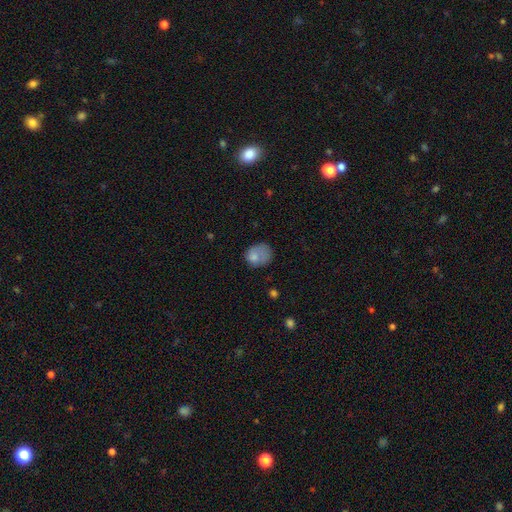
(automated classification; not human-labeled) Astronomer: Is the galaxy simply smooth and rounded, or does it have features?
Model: smooth — 75%.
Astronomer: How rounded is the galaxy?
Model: round — 51% (runner-up: in between, 48%).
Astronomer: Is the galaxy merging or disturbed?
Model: none — 38% (runner-up: minor disturbance, 32%).